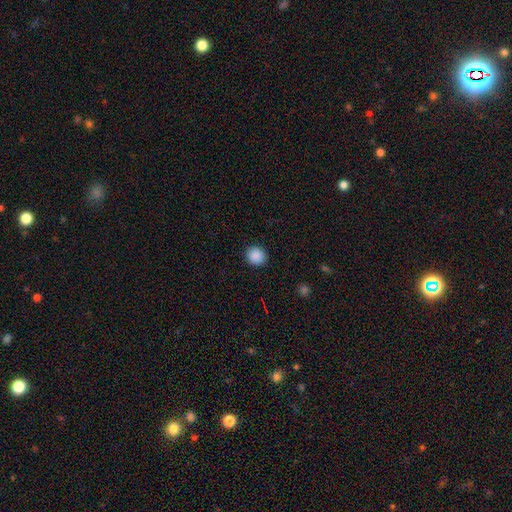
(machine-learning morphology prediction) This appears to be a smooth galaxy with no disk features (89%) that is round (89%). Merging: none (91%).